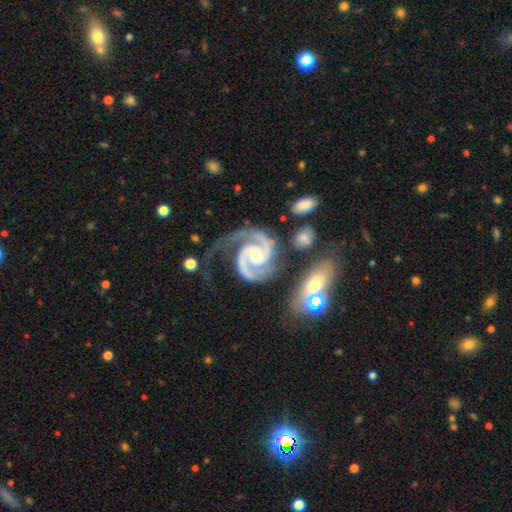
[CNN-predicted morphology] Overall: featured or disk (94%). Edge-on disk: no (98%). Bar: no (62%; weak 26%). Spiral arms: yes (99%). Spiral arm count: 2 (90%). Spiral winding: medium (47%, tied with tight). Bulge size: small (52%; moderate 43%). Merging: none (52%; minor disturbance 22%).